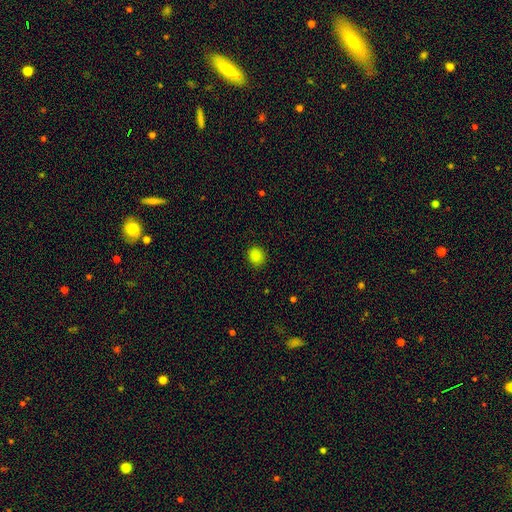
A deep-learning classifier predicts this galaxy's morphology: Smooth or featured? Predicted: smooth (p=0.85). How rounded? Predicted: round (p=0.76). Merging? Predicted: none (p=0.90).